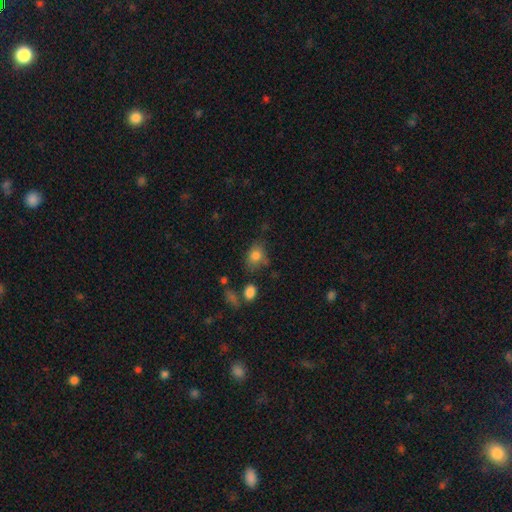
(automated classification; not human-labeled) Q: Smooth or featured?
A: smooth (80%); runner-up: star or artifact (10%)
Q: How rounded?
A: in between (60%); runner-up: round (38%)
Q: Merging?
A: none (61%); runner-up: minor disturbance (25%)